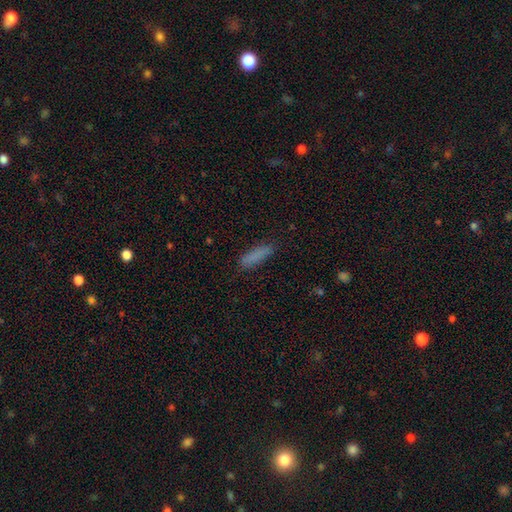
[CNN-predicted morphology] smooth-or-featured: smooth: 84% | star or artifact: 9% | featured or disk: 8%
  how-rounded: cigar-shaped: 67% | in between: 31% | round: 2%
  merging: none: 82% | minor disturbance: 13% | major disturbance: 3% | merger: 1%